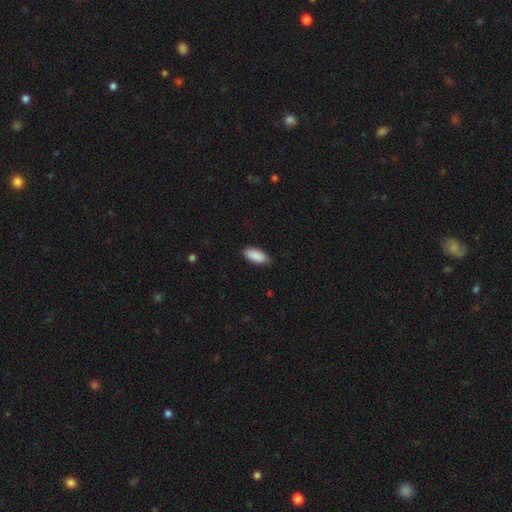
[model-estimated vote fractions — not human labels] smooth_or_featured: smooth (p=0.90) [alt: star or artifact p=0.06]
how_rounded: in between (p=0.91) [alt: cigar-shaped p=0.07]
merging: none (p=0.85) [alt: minor disturbance p=0.12]